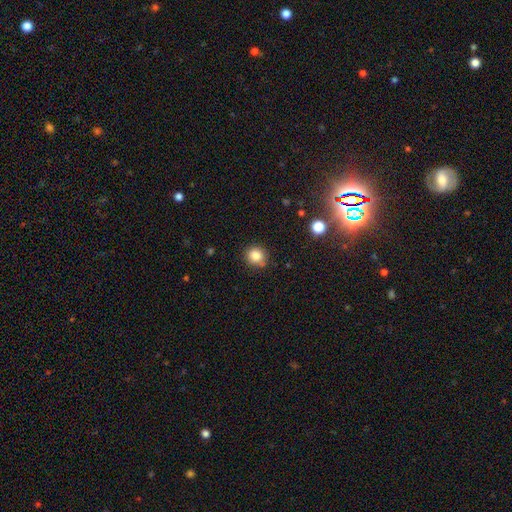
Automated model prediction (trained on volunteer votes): Q: Smooth or featured?
A: smooth (83%); runner-up: star or artifact (11%)
Q: How rounded?
A: round (89%); runner-up: in between (10%)
Q: Merging?
A: none (84%); runner-up: minor disturbance (10%)